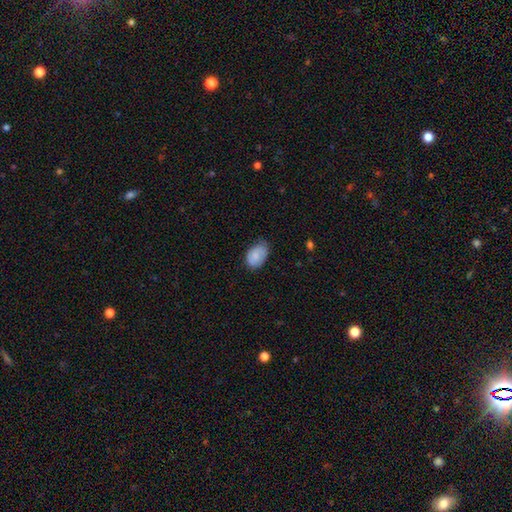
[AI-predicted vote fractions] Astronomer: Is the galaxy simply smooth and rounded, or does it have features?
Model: smooth — 80%.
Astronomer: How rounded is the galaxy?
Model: in between — 88%.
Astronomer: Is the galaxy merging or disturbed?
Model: none — 63%.